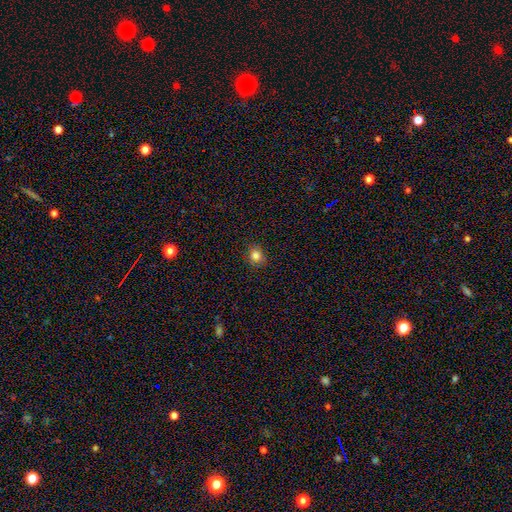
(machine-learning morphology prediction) A smooth galaxy with no disk features (83%) that is round (74%).

Vote fractions:
- Smooth or featured? smooth: 83% / star or artifact: 12% / featured or disk: 5%
- How rounded? round: 74% / in between: 25% / cigar-shaped: 1%
- Merging? none: 88% / minor disturbance: 9% / major disturbance: 2% / merger: 1%